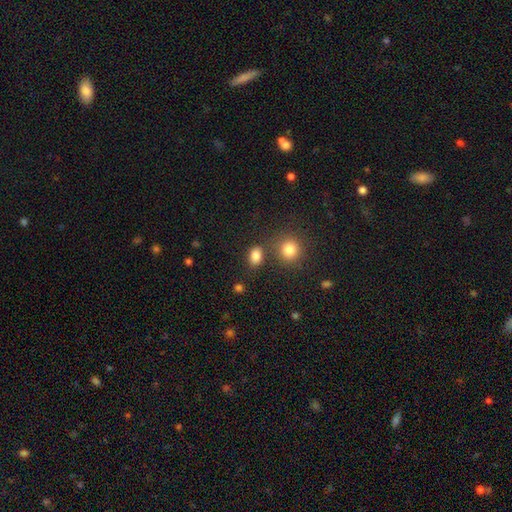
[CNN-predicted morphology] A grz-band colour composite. It shows a smooth galaxy with no disk features (84%) that is in between round and cigar-shaped (73%). Merging: none (74%).